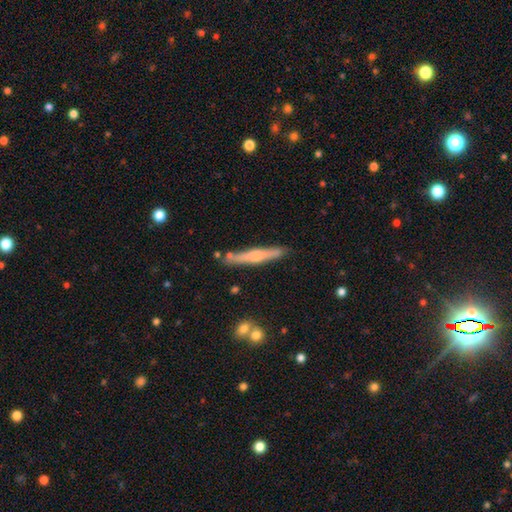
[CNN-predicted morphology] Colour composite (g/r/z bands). It shows a smooth galaxy with no disk features (47%, tied with featured or disk). Merging: none (84%).